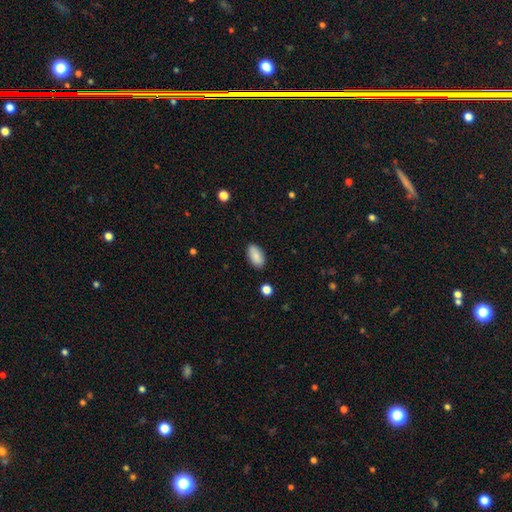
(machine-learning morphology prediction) smooth 87%, star or artifact 7%, featured or disk 6%. Down the decision tree: how rounded — in between (93%); merging — none (87%).